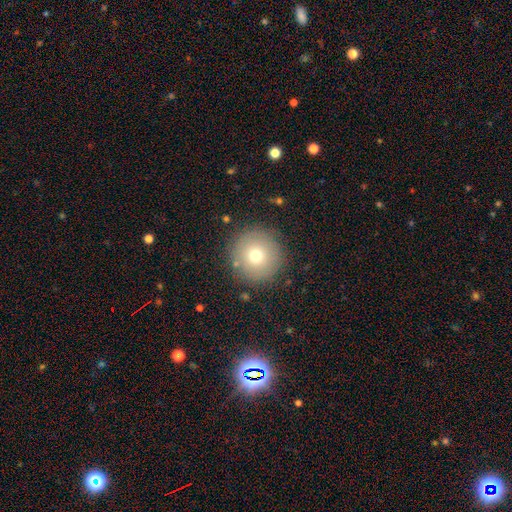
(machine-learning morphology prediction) Smooth or featured? Predicted: smooth (p=0.71). How rounded? Predicted: round (p=0.97). Merging? Predicted: none (p=0.87).